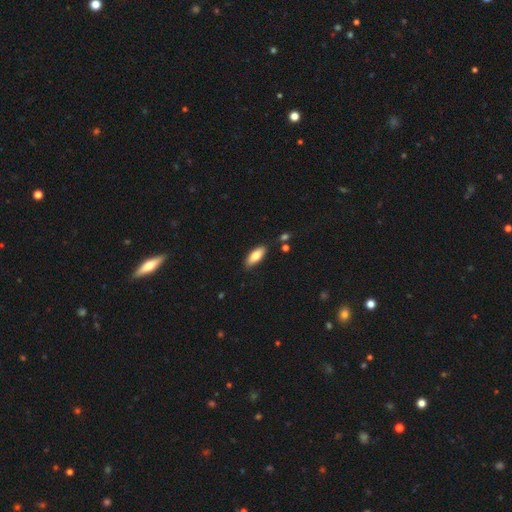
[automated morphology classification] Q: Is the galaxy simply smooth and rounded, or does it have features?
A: smooth — 78%.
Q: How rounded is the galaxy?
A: in between — 76%.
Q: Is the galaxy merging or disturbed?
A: none — 84%.